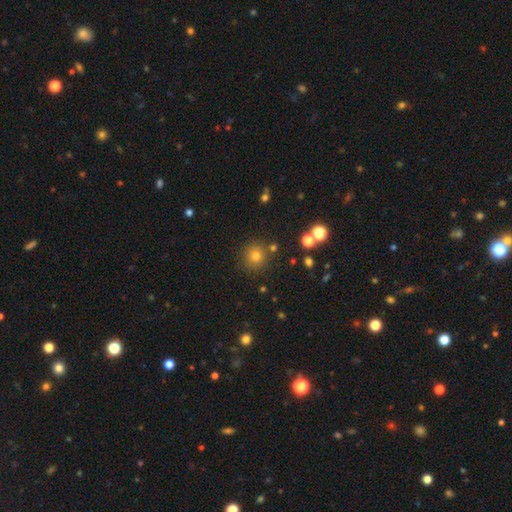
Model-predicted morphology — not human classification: A smooth galaxy with no disk features (75%) that is round (92%). Merging: none (84%).